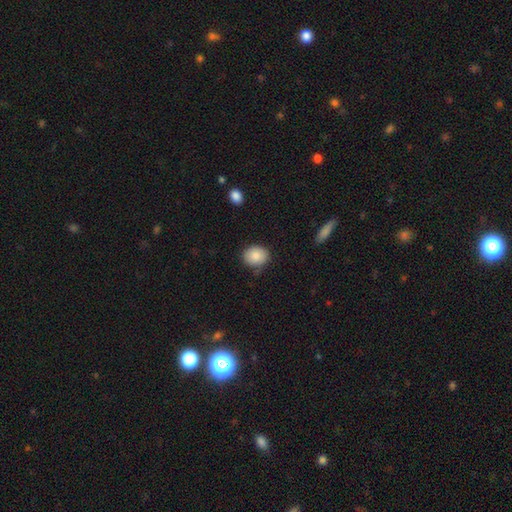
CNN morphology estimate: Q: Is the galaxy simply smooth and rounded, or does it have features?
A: smooth — 87%.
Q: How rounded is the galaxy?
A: round — 63%.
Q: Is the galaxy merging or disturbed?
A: none — 80%.